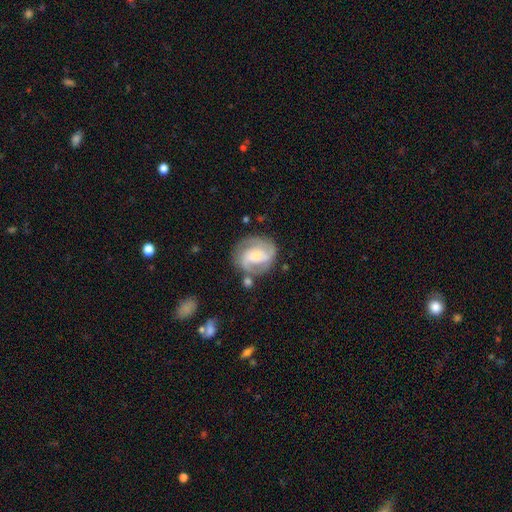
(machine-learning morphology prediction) type=featured or disk (78%); edge-on=no (97%); bar=no (41%); spiral arms=yes (93%); winding=medium (46%); arm count=2 (60%); bulge=small (53%); merging=none (69%).